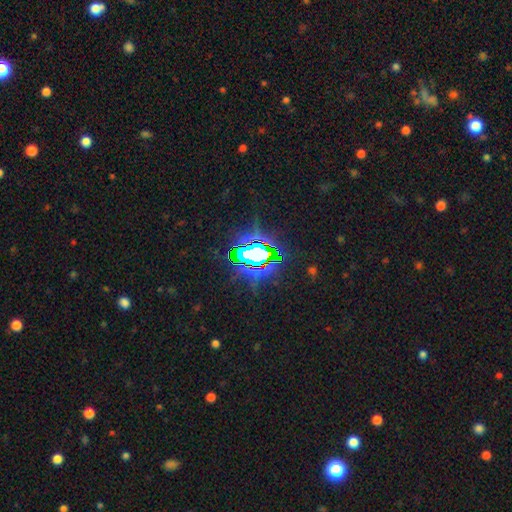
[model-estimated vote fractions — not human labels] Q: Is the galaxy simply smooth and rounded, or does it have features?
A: star or artifact — 77%.